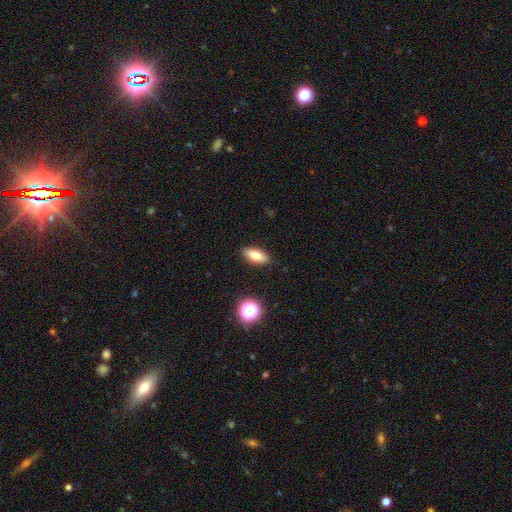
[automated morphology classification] Smooth or featured? Predicted: smooth (p=0.77). How rounded? Predicted: in between (p=0.82). Merging? Predicted: none (p=0.89).